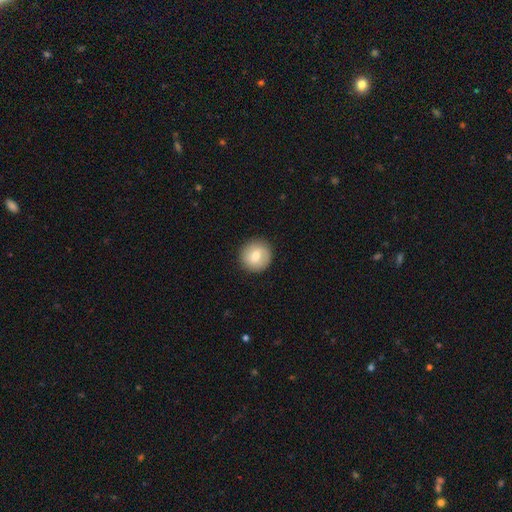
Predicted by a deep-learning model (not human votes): A smooth galaxy with no disk features (70%) that is round (94%).

Vote fractions:
- Smooth or featured? smooth: 70% / featured or disk: 22% / star or artifact: 8%
- How rounded? round: 94% / in between: 5% / cigar-shaped: 1%
- Merging? none: 91% / minor disturbance: 6% / major disturbance: 2% / merger: 1%